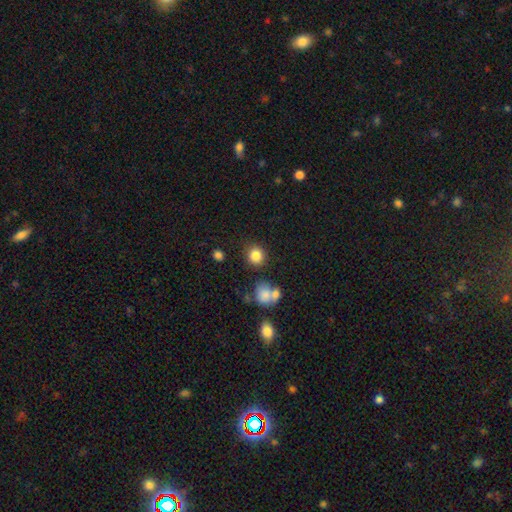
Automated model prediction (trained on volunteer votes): Smooth or featured? Predicted: smooth (p=0.84). How rounded? Predicted: round (p=0.83). Merging? Predicted: none (p=0.81).